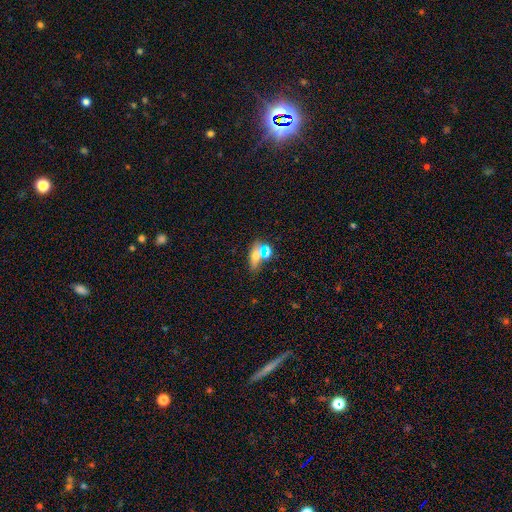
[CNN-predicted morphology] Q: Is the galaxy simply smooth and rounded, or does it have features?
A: smooth — 51%.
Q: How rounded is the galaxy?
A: in between — 69%.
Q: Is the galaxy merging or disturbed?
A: merger — 52%.